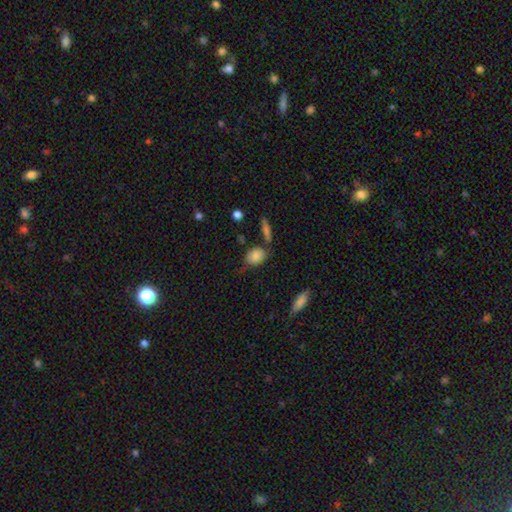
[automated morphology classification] This appears to be a smooth galaxy with no disk features (82%) that is in between round and cigar-shaped (63%). Merging: none (57%).